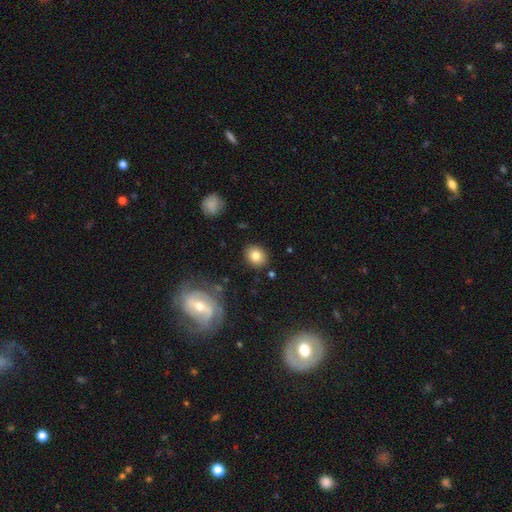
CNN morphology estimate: A smooth galaxy with no disk features (80%) that is round (63%). Merging: none (87%).